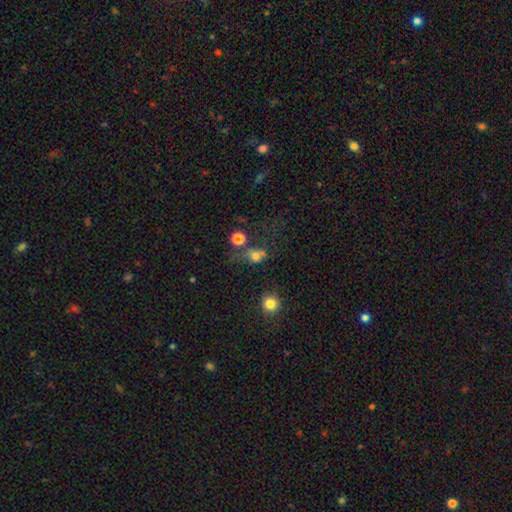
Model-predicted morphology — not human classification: Overall: smooth (70%). How rounded: round (72%). Merging: none (44%; merger 22%).